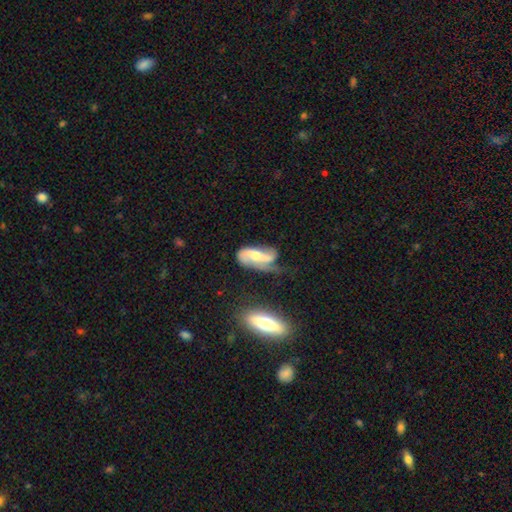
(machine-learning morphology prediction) smooth-or-featured: featured or disk: 67% | smooth: 26% | star or artifact: 7%
  disk-edge-on: no: 92% | yes: 8%
    bar: no: 43% | weak: 34% | strong: 23%
    has-spiral-arms: yes: 82% | no: 18%
    bulge-size: moderate: 53% | small: 33% | large: 7% | none: 5% | dominant: 2%
  merging: major disturbance: 34% | none: 28% | minor disturbance: 27% | merger: 11%